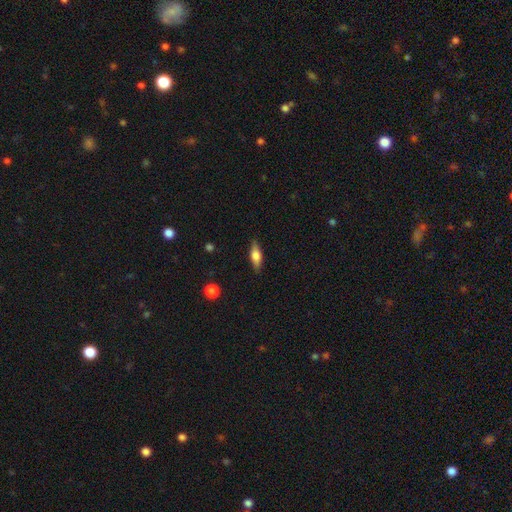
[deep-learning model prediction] Q: Smooth or featured?
A: smooth (55%); runner-up: featured or disk (37%)
Q: How rounded?
A: in between (57%); runner-up: cigar-shaped (40%)
Q: Merging?
A: none (86%); runner-up: minor disturbance (10%)